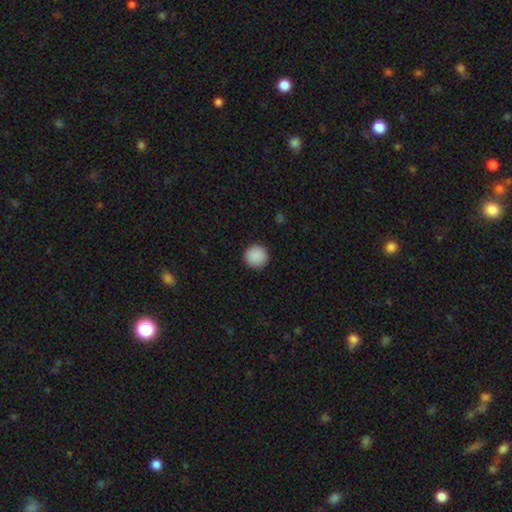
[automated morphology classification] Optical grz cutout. It shows a smooth galaxy with no disk features (90%) that is round (96%). Merging: none (93%).